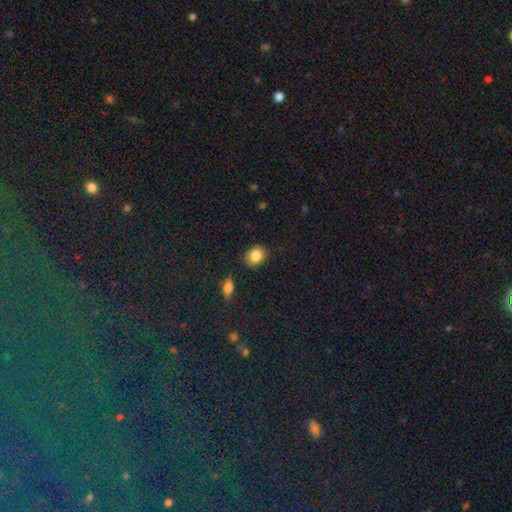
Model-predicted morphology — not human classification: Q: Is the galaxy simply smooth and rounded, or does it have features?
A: smooth — 85%.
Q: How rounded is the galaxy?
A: round — 55%.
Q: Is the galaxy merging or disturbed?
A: none — 84%.